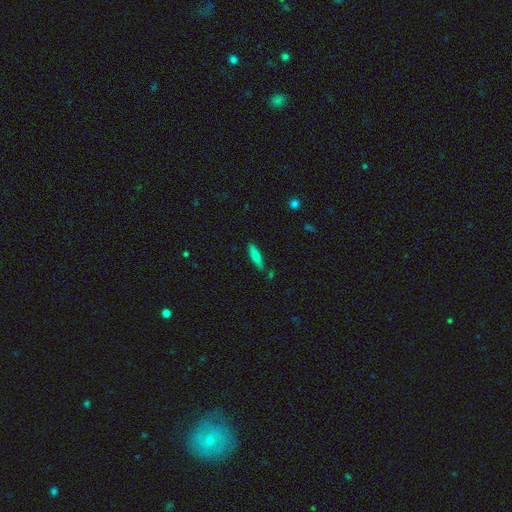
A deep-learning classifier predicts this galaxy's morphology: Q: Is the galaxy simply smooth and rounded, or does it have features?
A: smooth — 67%.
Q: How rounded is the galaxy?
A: cigar-shaped — 78%.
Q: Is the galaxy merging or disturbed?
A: none — 77%.